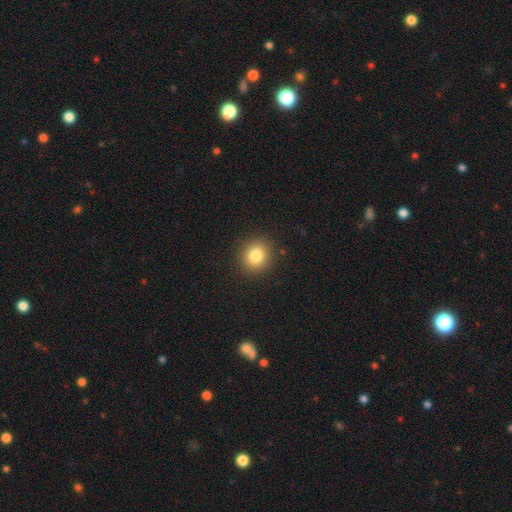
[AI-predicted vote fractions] Smooth or featured? Predicted: smooth (p=0.83). How rounded? Predicted: round (p=0.81). Merging? Predicted: none (p=0.90).